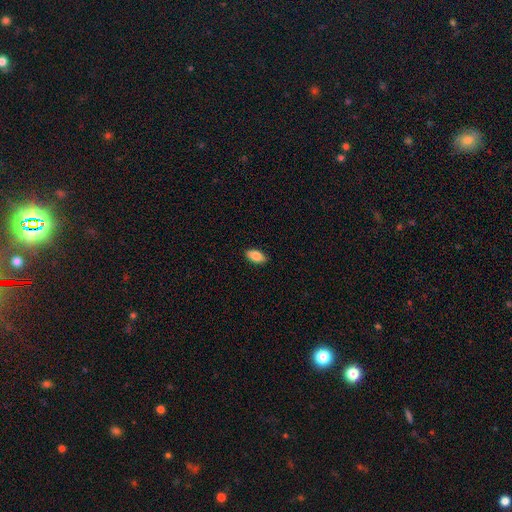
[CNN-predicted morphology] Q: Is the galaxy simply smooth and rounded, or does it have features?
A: smooth — 87%.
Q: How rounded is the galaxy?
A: in between — 92%.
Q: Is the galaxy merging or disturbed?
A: none — 88%.